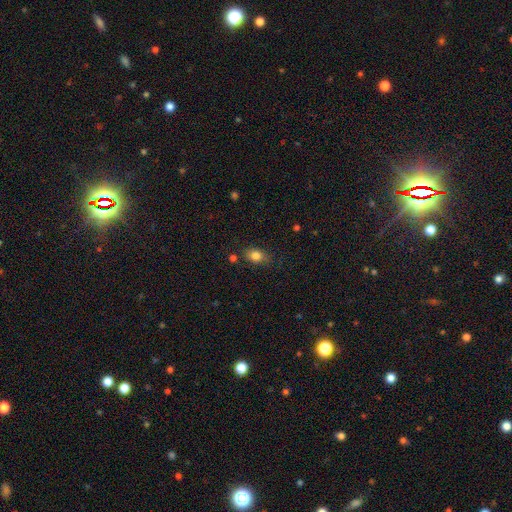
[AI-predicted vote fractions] Smooth or featured? Predicted: smooth (p=0.82). How rounded? Predicted: in between (p=0.73). Merging? Predicted: none (p=0.76).